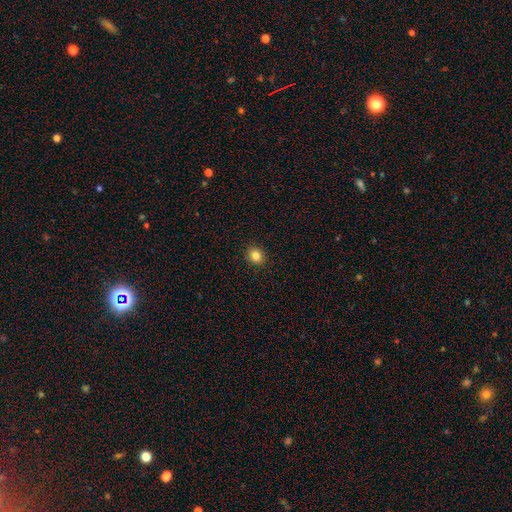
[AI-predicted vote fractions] smooth 84%, star or artifact 11%, featured or disk 5%. Down the decision tree: how rounded — round (70%); merging — none (92%).